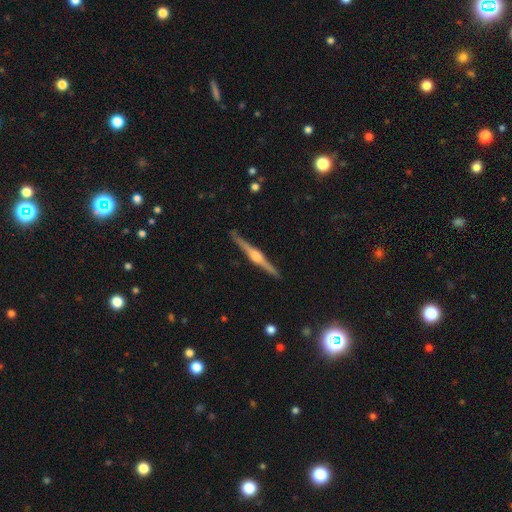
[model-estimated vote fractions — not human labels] A featured or disk galaxy (85%) viewed edge-on (99%) with a rounded central bulge (84%). Merging: none (92%).